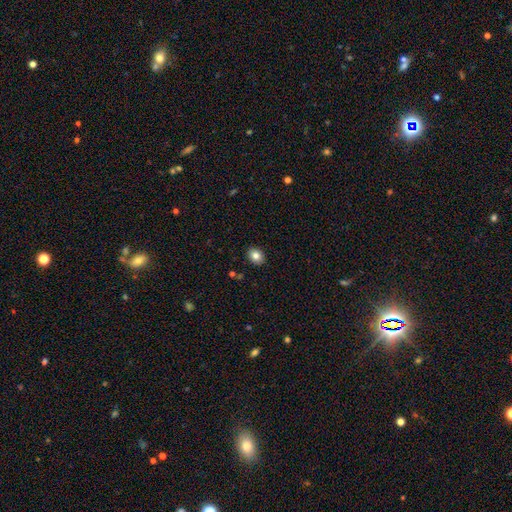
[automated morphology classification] The model was most divided on "how rounded": in between: 55%, round: 44%, cigar-shaped: 1%. More confident: merging — none (90%); smooth or featured — smooth (82%).